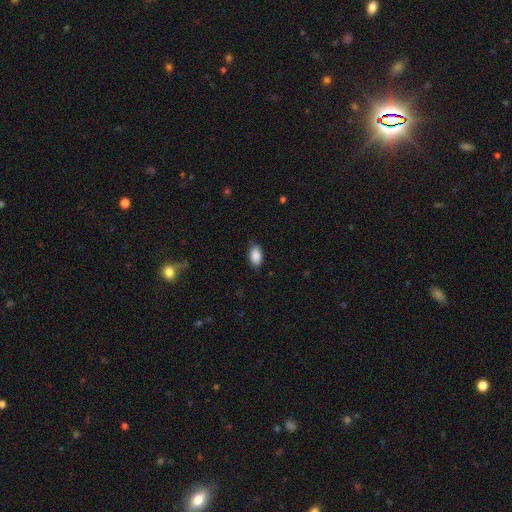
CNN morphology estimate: smooth-or-featured: smooth: 89% | star or artifact: 7% | featured or disk: 4%
  how-rounded: in between: 93% | round: 5% | cigar-shaped: 2%
  merging: none: 83% | minor disturbance: 13% | major disturbance: 3% | merger: 1%